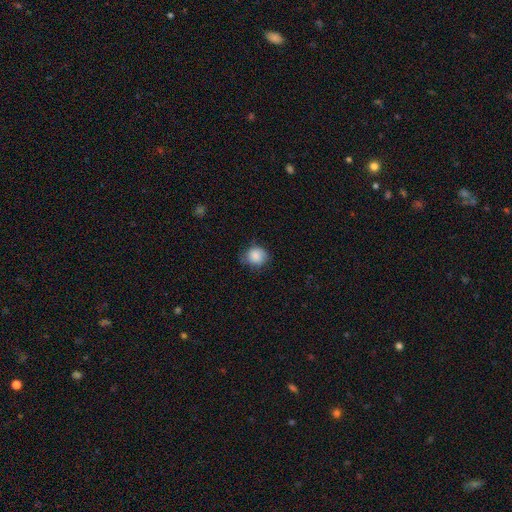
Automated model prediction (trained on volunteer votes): This appears to be a smooth galaxy with no disk features (86%) that is round (74%). Merging: none (70%).